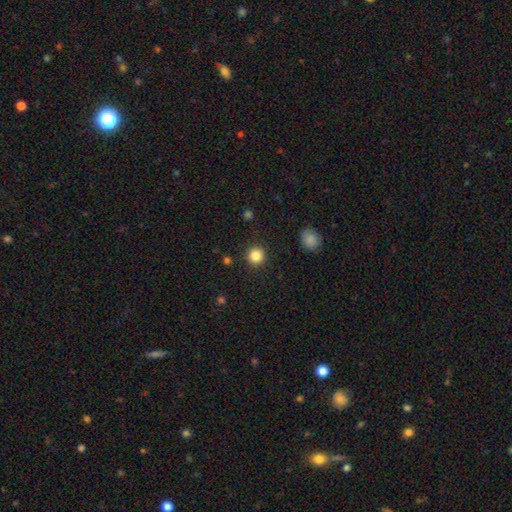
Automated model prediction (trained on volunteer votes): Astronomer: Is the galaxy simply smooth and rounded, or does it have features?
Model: smooth — 85%.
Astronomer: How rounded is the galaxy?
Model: round — 94%.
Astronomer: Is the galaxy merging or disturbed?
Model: none — 92%.